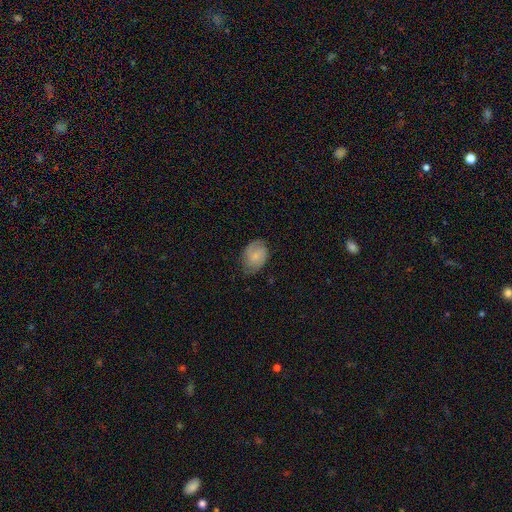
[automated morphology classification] smooth-or-featured: smooth: 55% | featured or disk: 37% | star or artifact: 7%
  how-rounded: in between: 69% | round: 30% | cigar-shaped: 1%
  merging: none: 67% | minor disturbance: 25% | major disturbance: 7% | merger: 1%